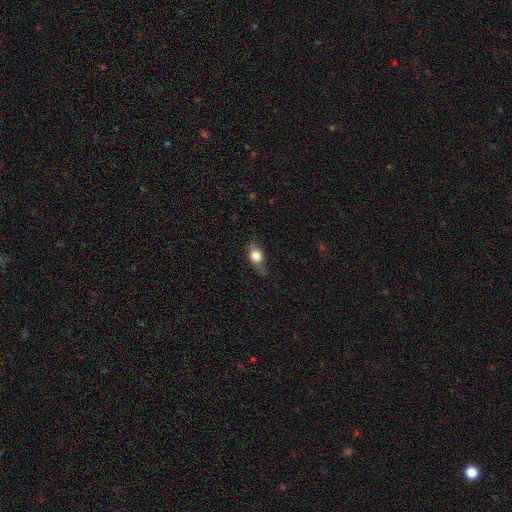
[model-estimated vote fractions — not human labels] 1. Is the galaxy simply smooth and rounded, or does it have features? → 74% smooth, 18% featured or disk, 9% star or artifact.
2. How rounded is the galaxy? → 68% in between, 24% round, 8% cigar-shaped.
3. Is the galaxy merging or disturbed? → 62% none, 28% minor disturbance, 9% major disturbance, 2% merger.